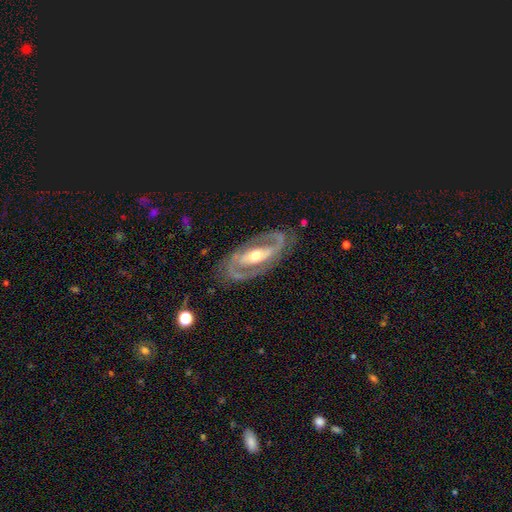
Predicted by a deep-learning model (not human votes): This appears to be a featured or disk galaxy (90%) with a strong bar (45%), 2 (92%) medium (48%) spiral arms (93%) and a moderate central bulge (70%). Merging: none (81%).